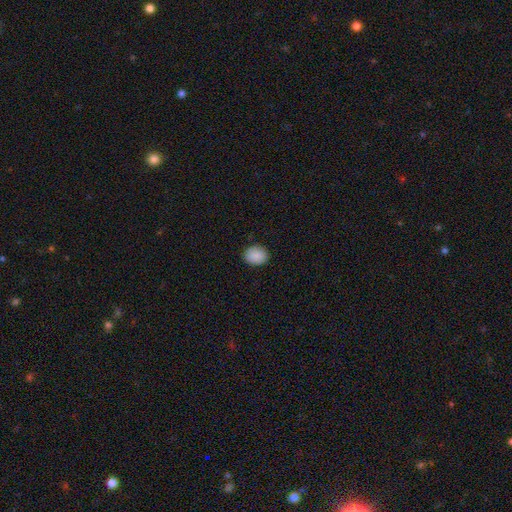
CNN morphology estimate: Q: Smooth or featured?
A: smooth (90%); runner-up: star or artifact (8%)
Q: How rounded?
A: in between (53%); runner-up: round (47%)
Q: Merging?
A: none (88%); runner-up: minor disturbance (9%)